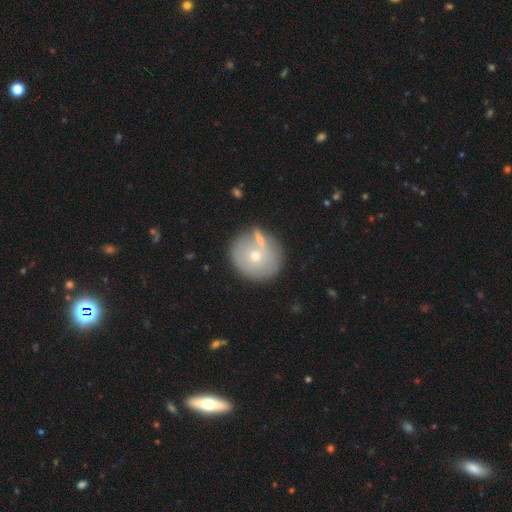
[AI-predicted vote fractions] A smooth galaxy with no disk features (56%) that is round (87%).

Vote fractions:
- Smooth or featured? smooth: 56% / featured or disk: 36% / star or artifact: 8%
- How rounded? round: 87% / in between: 11% / cigar-shaped: 1%
- Merging? none: 57% / merger: 19% / minor disturbance: 18% / major disturbance: 6%